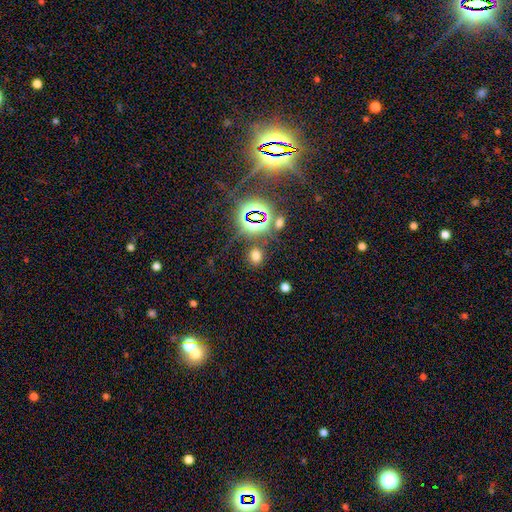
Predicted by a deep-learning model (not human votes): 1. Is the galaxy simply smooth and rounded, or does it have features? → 60% smooth, 34% star or artifact, 7% featured or disk.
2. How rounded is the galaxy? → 55% round, 43% in between, 2% cigar-shaped.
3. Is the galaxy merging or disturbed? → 81% none, 9% minor disturbance, 5% merger, 5% major disturbance.